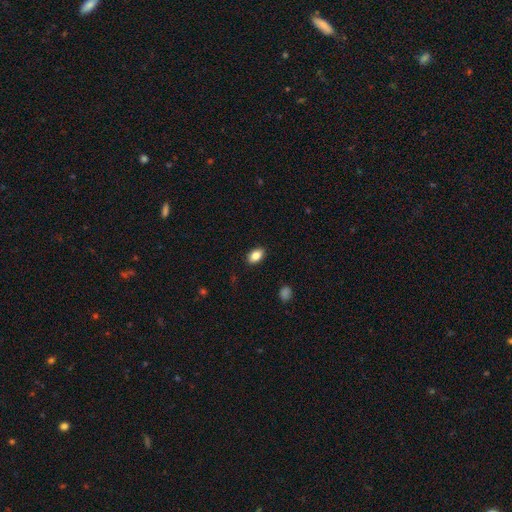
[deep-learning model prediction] The model was most divided on "smooth or featured": smooth: 85%, star or artifact: 8%, featured or disk: 7%. More confident: merging — none (88%); how rounded — in between (88%).